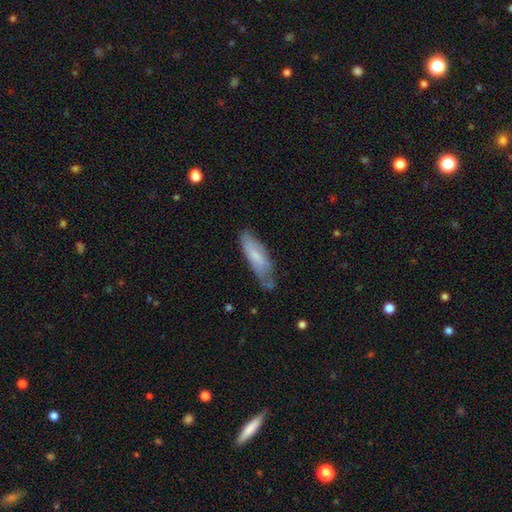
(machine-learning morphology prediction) A smooth galaxy with no disk features (65%) that is cigar-shaped (52%).

Vote fractions:
- Smooth or featured? smooth: 65% / featured or disk: 28% / star or artifact: 6%
- How rounded? cigar-shaped: 52% / in between: 46% / round: 1%
- Merging? none: 58% / minor disturbance: 31% / major disturbance: 8% / merger: 3%